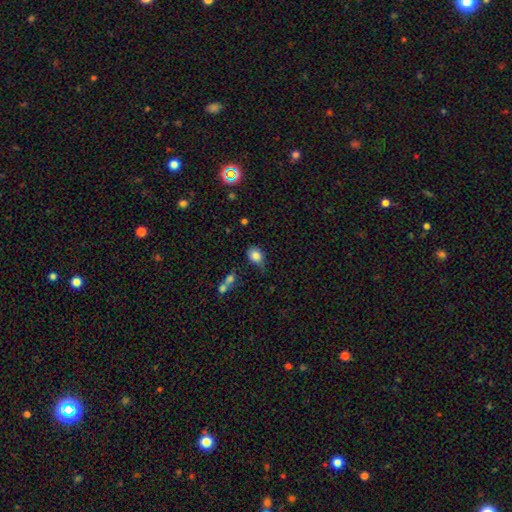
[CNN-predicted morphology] This is clearly a smooth galaxy (82%). How rounded: possibly in between (60%). Merging: possibly none (53%).